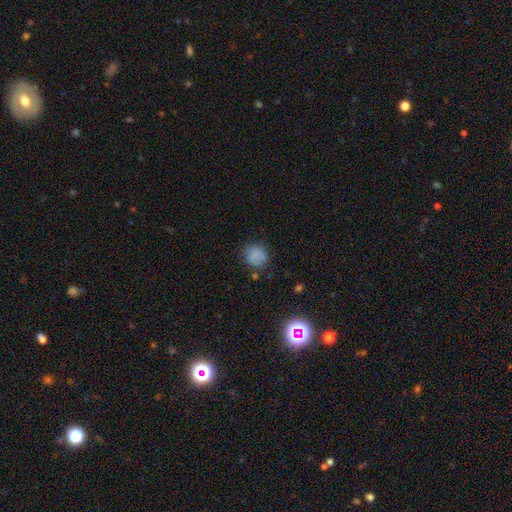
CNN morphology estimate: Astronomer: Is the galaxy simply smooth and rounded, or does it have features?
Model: smooth — 80%.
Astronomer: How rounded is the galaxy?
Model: round — 84%.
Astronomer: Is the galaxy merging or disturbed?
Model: none — 76%.